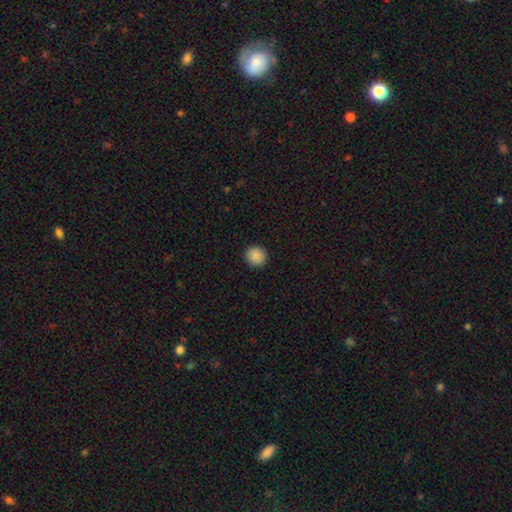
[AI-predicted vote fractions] Smooth or featured? smooth (89%)
How rounded? round (91%)
Merging? none (92%)